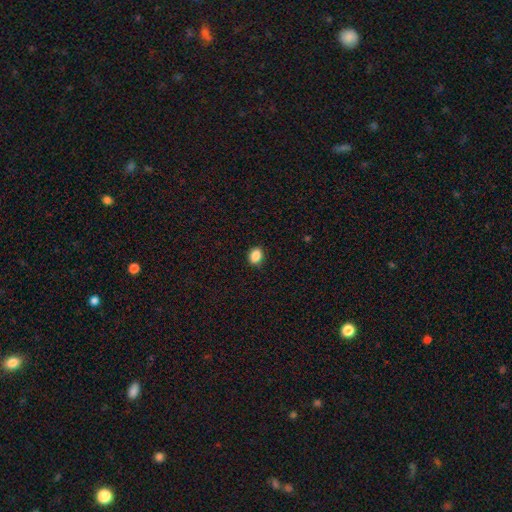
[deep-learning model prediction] This is clearly a smooth galaxy (88%). How rounded: possibly in between (55%). Merging: clearly none (89%).